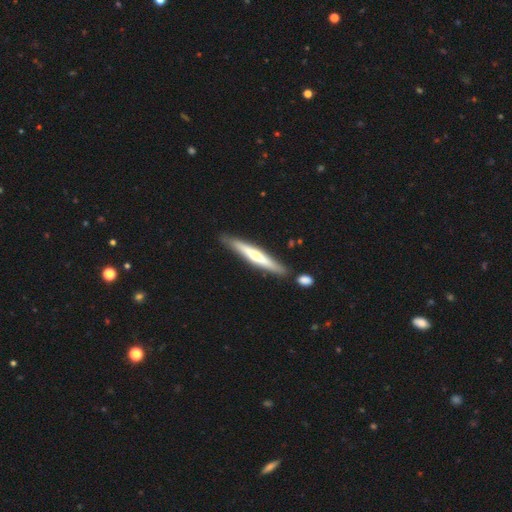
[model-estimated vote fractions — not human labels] Morphology: type=featured or disk (50%); edge-on=yes (93%); merging=none (83%).